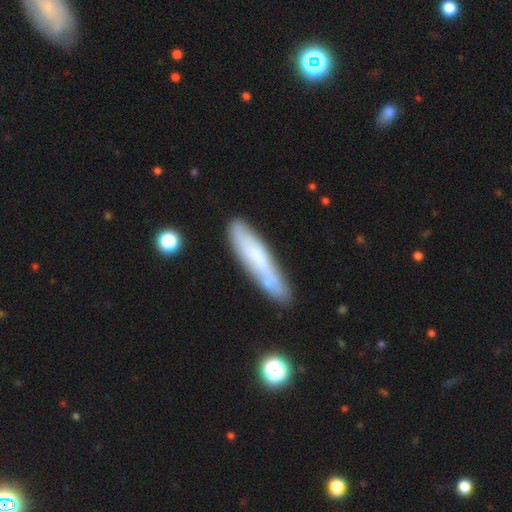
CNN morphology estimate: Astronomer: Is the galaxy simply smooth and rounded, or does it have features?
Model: smooth — 58% (runner-up: featured or disk, 34%).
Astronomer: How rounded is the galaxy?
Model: cigar-shaped — 84%.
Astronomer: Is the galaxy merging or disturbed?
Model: none — 75%.